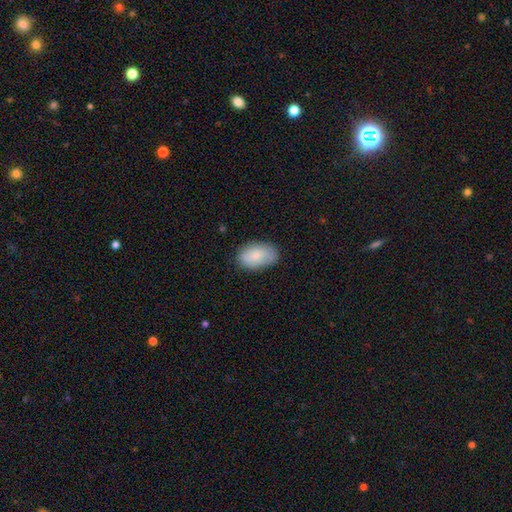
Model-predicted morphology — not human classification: A smooth galaxy with no disk features (80%) that is in between round and cigar-shaped (91%). Merging: none (80%).